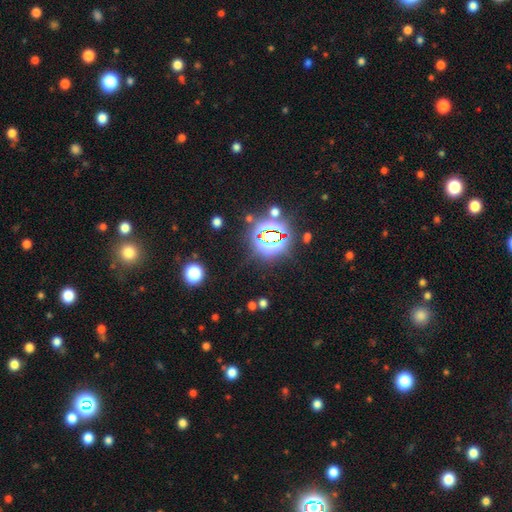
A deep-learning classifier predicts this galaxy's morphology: A star or artifact, not a galaxy (80%).